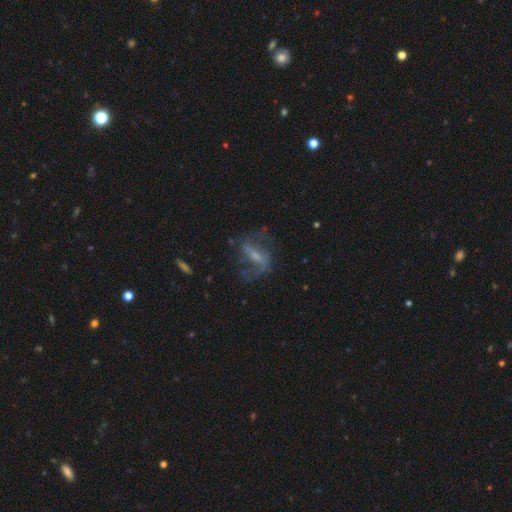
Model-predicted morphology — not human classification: A featured or disk galaxy (73%) with a strong bar (41%, tied with weak), 2 (81%) loose (61%) spiral arms (84%) and a small central bulge (40%).

Vote fractions:
- Smooth or featured? featured or disk: 73% / smooth: 18% / star or artifact: 9%
- Edge-on disk? no: 92% / yes: 8%
- Bar? strong: 41% (tied) / weak: 41% (tied) / no: 19%
- Spiral arms? yes: 84% / no: 16%
- Spiral winding? loose: 61% / medium: 31% / tight: 8%
- Spiral arm count? 2: 81% / 1: 8% / can't tell: 7% / 3: 2% / 4: 1% / more than 4: 1%
- Bulge size? small: 40% / moderate: 29% / none: 23% / large: 6% / dominant: 2%
- Merging? none: 55% / major disturbance: 23% / minor disturbance: 19% / merger: 3%